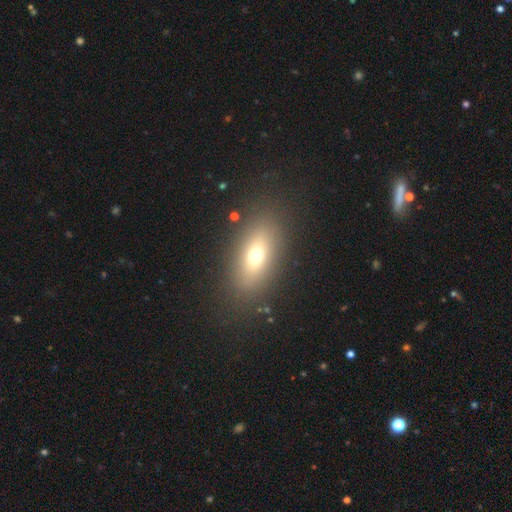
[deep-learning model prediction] The model was most divided on "smooth or featured": smooth: 65%, featured or disk: 22%, star or artifact: 13%. More confident: merging — none (85%); how rounded — in between (78%).